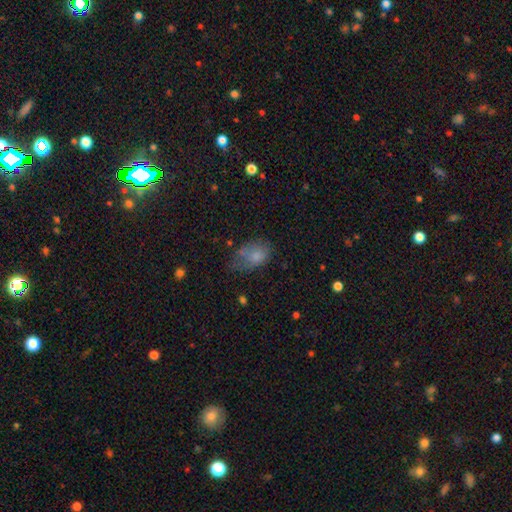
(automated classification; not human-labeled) A smooth galaxy with no disk features (74%) that is in between round and cigar-shaped (85%). Merging: minor disturbance (35%, tied with none).